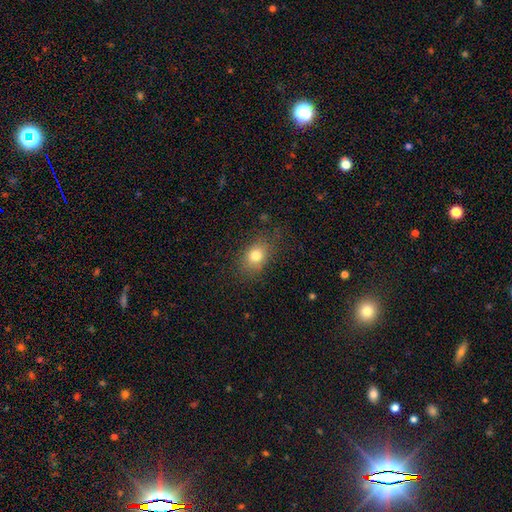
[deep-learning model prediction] This is likely a smooth galaxy (79%). How rounded: likely in between (64%). Merging: likely none (77%).